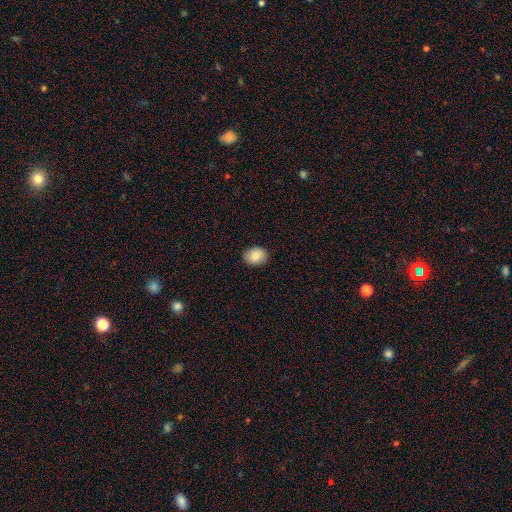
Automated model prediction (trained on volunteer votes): Overall: smooth (86%). How rounded: in between (64%; round 35%). Merging: none (88%).